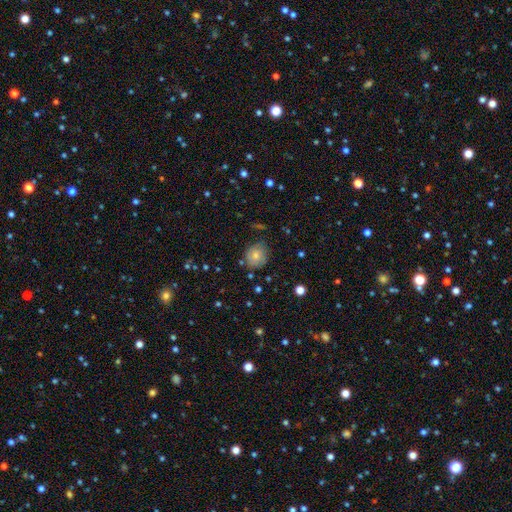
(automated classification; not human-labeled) Smooth or featured? smooth (74%)
How rounded? round (79%)
Merging? none (75%)